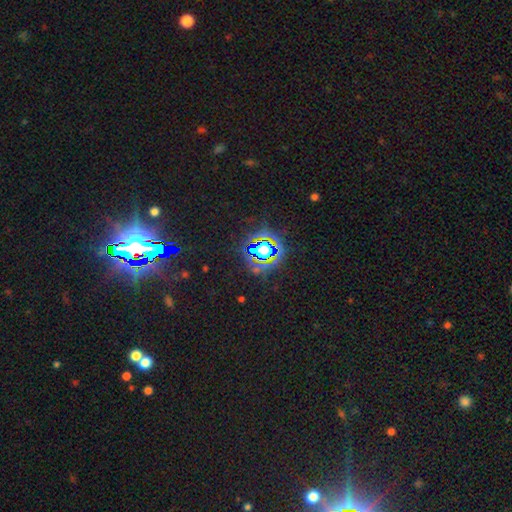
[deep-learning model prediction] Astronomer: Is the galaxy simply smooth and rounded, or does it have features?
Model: star or artifact — 66%.